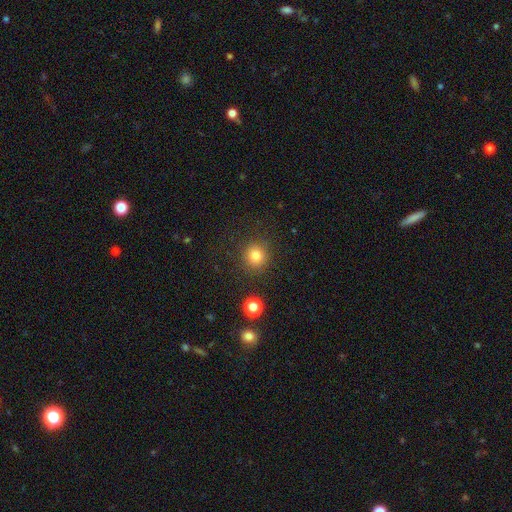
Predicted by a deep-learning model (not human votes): Smooth or featured? Predicted: smooth (p=0.81). How rounded? Predicted: round (p=0.91). Merging? Predicted: none (p=0.87).